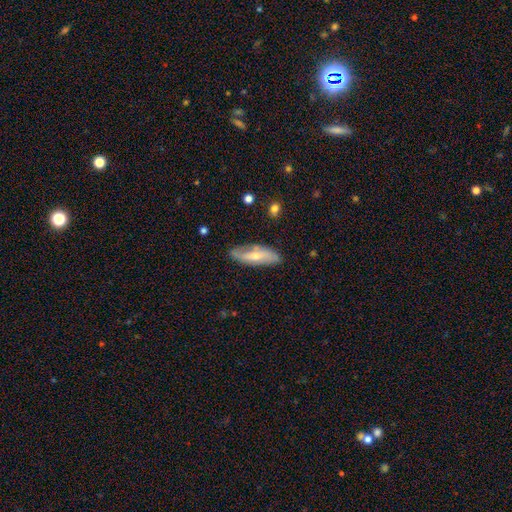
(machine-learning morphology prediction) Smooth or featured? featured or disk (57%)
Edge-on disk? no (70%)
Merging? none (77%)